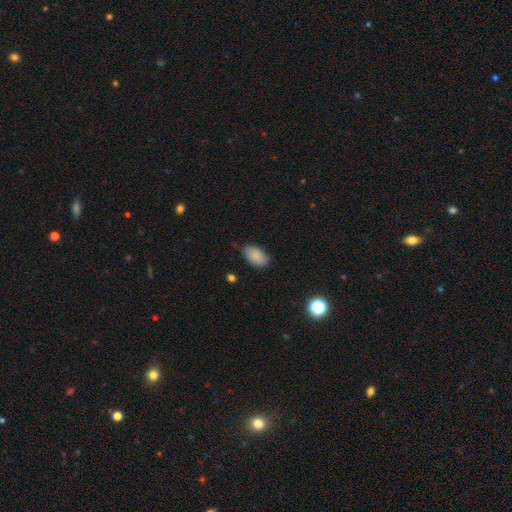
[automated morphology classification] This appears to be a smooth galaxy with no disk features (88%) that is in between round and cigar-shaped (93%). Merging: none (81%).